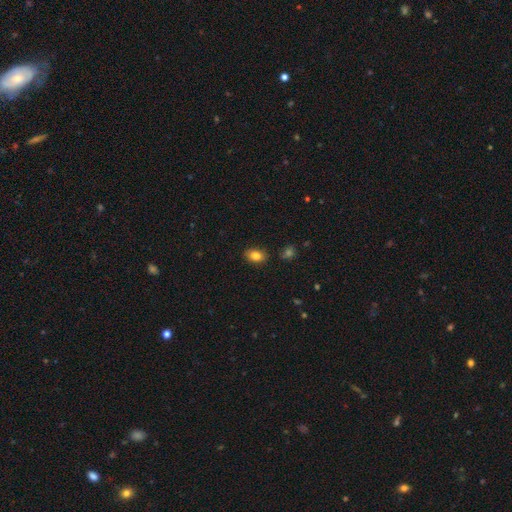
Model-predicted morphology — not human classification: smooth_or_featured: smooth (p=0.83) [alt: star or artifact p=0.09]
how_rounded: in between (p=0.82) [alt: round p=0.16]
merging: none (p=0.85) [alt: minor disturbance p=0.11]